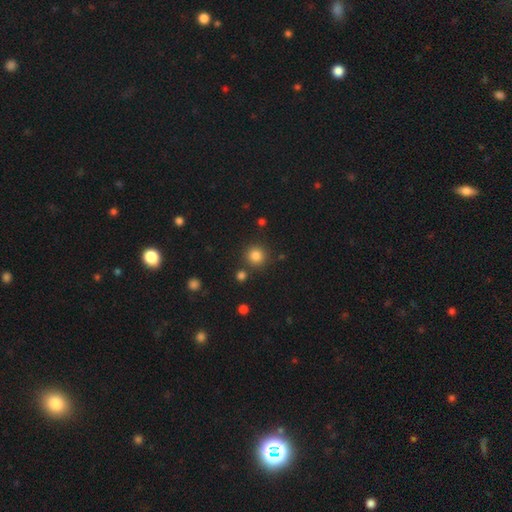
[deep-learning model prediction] Smooth or featured?
  - smooth: 84% *
  - star or artifact: 12%
  - featured or disk: 4%
How rounded?
  - round: 93% *
  - in between: 6%
  - cigar-shaped: 1%
Merging?
  - none: 85% *
  - minor disturbance: 7%
  - merger: 6%
  - major disturbance: 3%